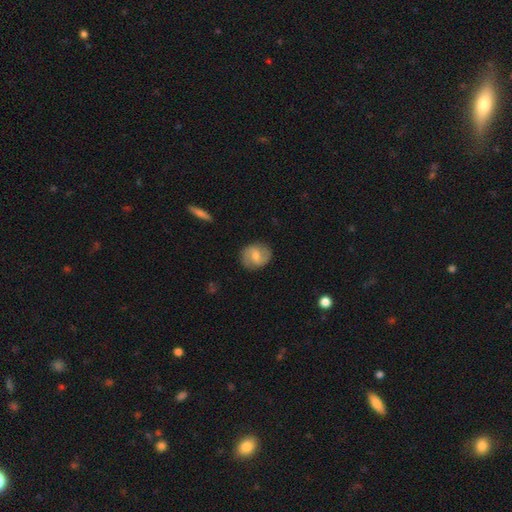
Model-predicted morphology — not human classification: smooth-or-featured: featured or disk: 60% | smooth: 34% | star or artifact: 6%
  disk-edge-on: no: 97% | yes: 3%
    bar: weak: 53% | no: 34% | strong: 13%
    has-spiral-arms: yes: 90% | no: 10%
      spiral-winding: medium: 50% | tight: 25% | loose: 25%
      spiral-arm-count: 2: 88% | can't tell: 6% | 1: 2% | 3: 2% | 4: 1% | more than 4: 1%
    bulge-size: moderate: 54% | small: 35% | none: 5% | large: 4% | dominant: 1%
  merging: none: 84% | minor disturbance: 11% | major disturbance: 3% | merger: 1%